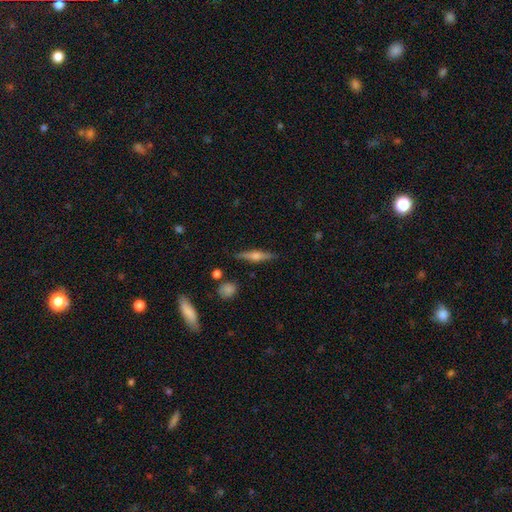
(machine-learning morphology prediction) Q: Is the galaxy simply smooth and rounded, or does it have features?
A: featured or disk — 67%.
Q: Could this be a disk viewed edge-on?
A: yes — 97%.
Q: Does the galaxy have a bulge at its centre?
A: rounded — 88%.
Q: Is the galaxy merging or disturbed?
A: none — 88%.